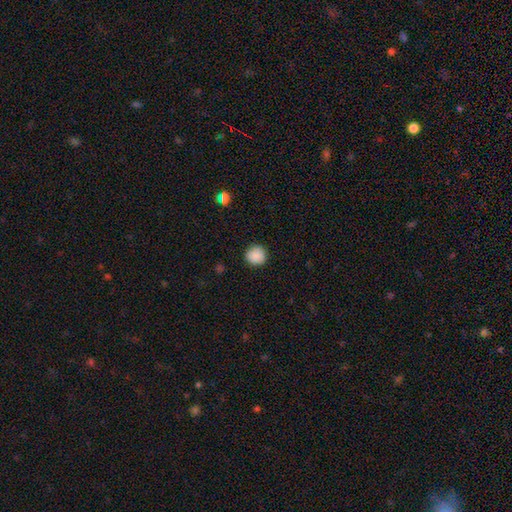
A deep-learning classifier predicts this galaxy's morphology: The model was most divided on "smooth or featured": smooth: 89%, star or artifact: 8%, featured or disk: 3%. More confident: how rounded — round (94%); merging — none (90%).